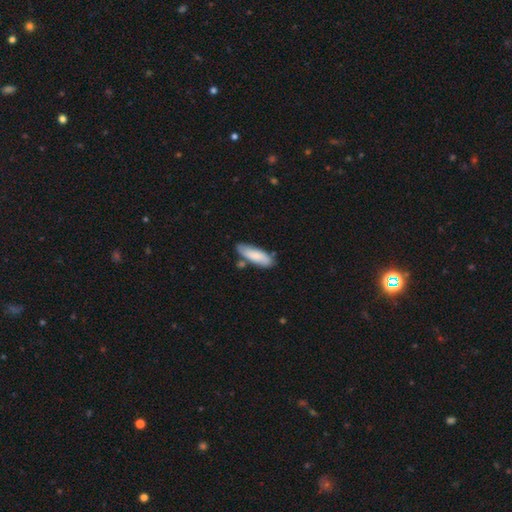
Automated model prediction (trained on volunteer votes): Overall: smooth (76%). How rounded: in between (58%; cigar-shaped 40%). Merging: none (70%).